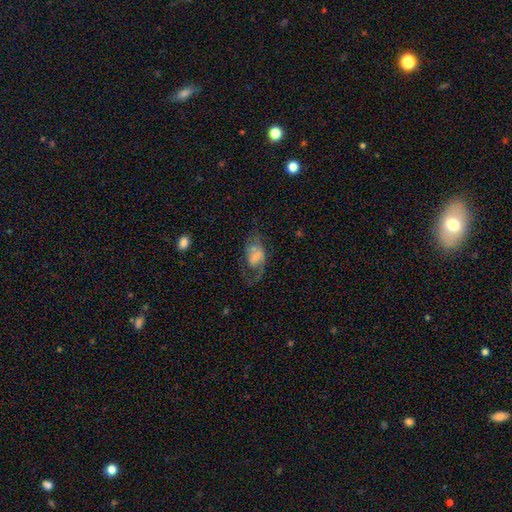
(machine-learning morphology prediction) This is possibly a featured or disk galaxy (60%). It is clearly not viewed edge-on (96%). Bar: marginally no (43%, tied with weak). Spiral arm pattern: likely yes (78%). Central bulge: marginally small (36%). Merging: marginally none (41%).